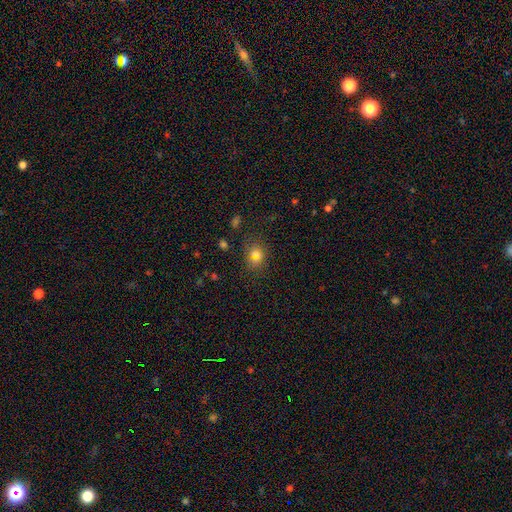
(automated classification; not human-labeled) Smooth or featured? smooth (68%)
How rounded? round (60%)
Merging? none (72%)